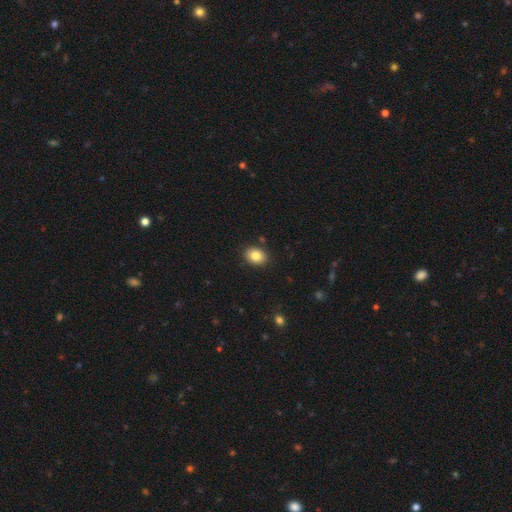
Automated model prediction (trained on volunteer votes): Q: Smooth or featured?
A: smooth (85%); runner-up: star or artifact (8%)
Q: How rounded?
A: in between (70%); runner-up: round (29%)
Q: Merging?
A: none (88%); runner-up: minor disturbance (8%)